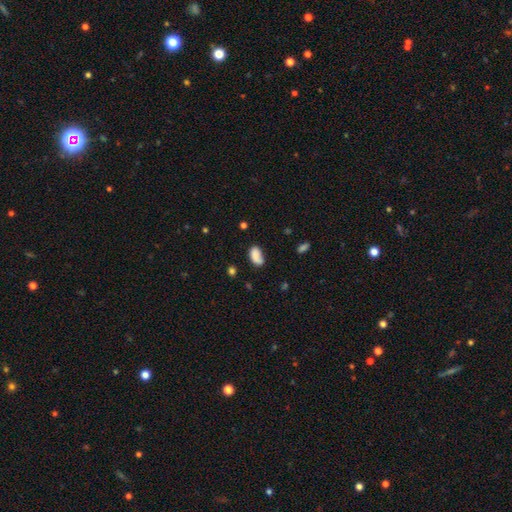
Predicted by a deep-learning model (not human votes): The model was most divided on "merging": none: 58%, minor disturbance: 28%, major disturbance: 9%, merger: 5%. More confident: how rounded — in between (92%); smooth or featured — smooth (82%).